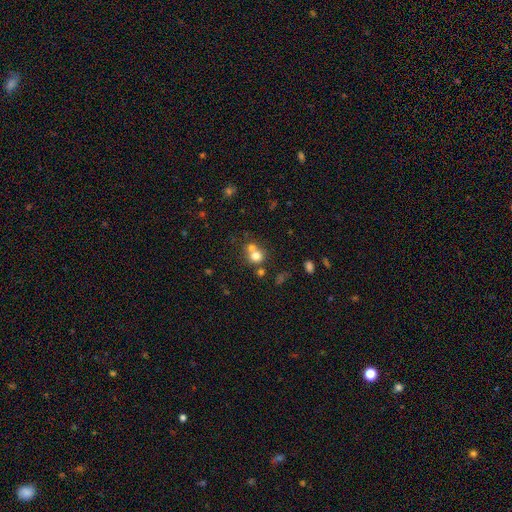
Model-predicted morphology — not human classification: This is likely a smooth galaxy (74%). How rounded: clearly round (84%). Merging: possibly merger (48%).